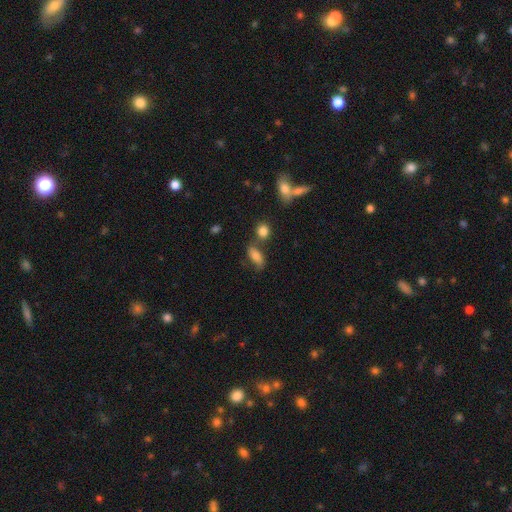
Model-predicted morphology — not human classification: Smooth or featured? smooth (72%)
How rounded? in between (79%)
Merging? none (53%)